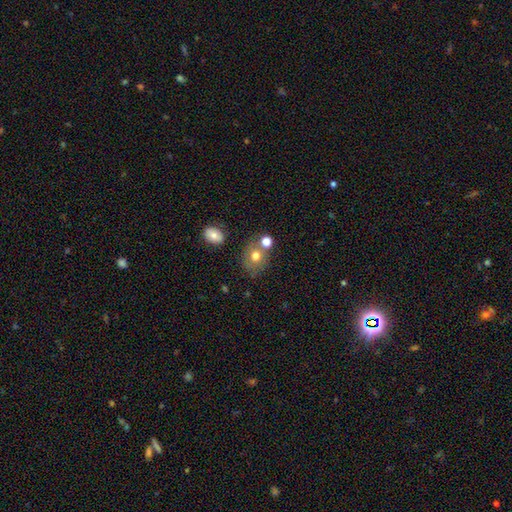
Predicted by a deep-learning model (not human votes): Smooth or featured? Predicted: smooth (p=0.72). How rounded? Predicted: round (p=0.60). Merging? Predicted: none (p=0.57).